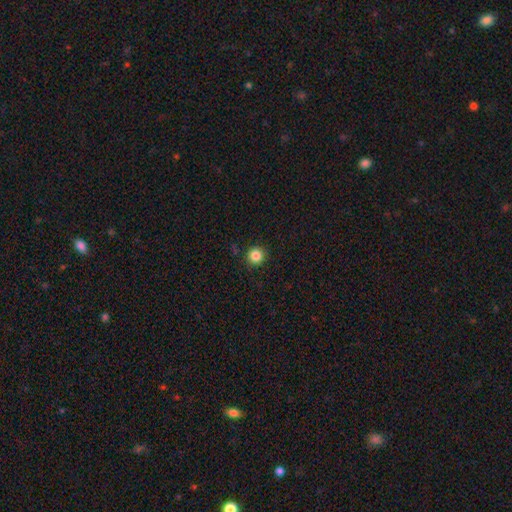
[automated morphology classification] Smooth or featured?
  - smooth: 84% *
  - star or artifact: 11%
  - featured or disk: 4%
How rounded?
  - round: 94% *
  - in between: 5%
  - cigar-shaped: 1%
Merging?
  - none: 91% *
  - minor disturbance: 6%
  - major disturbance: 2%
  - merger: 1%